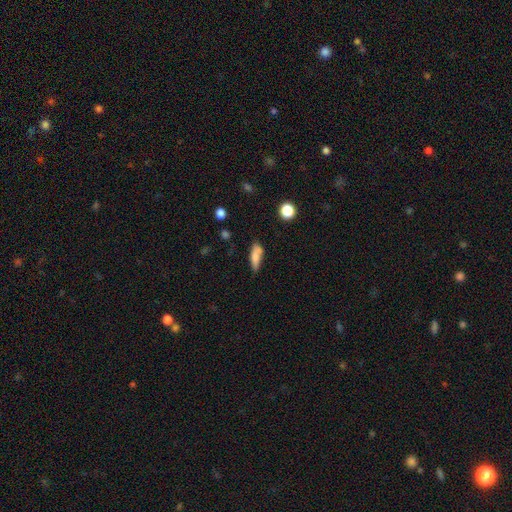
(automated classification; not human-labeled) Overall: smooth (76%). How rounded: cigar-shaped (50%; in between 47%). Merging: none (57%; minor disturbance 26%).